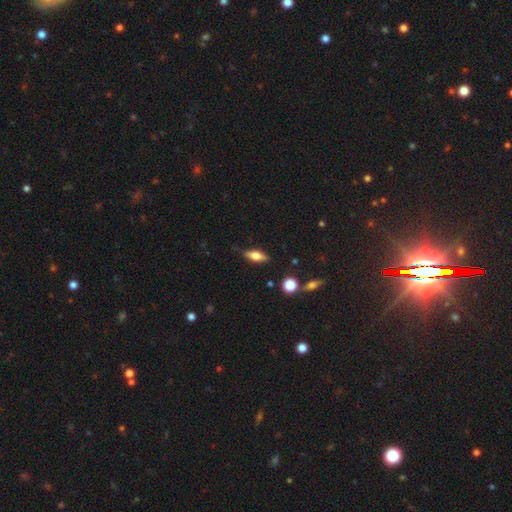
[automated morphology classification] This is possibly a smooth galaxy (55%). How rounded: likely in between (62%). Merging: clearly none (83%).